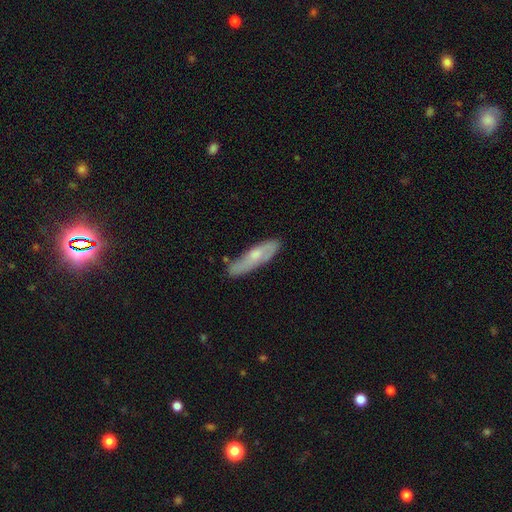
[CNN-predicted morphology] This is possibly a smooth galaxy (53%). How rounded: likely cigar-shaped (72%). Merging: likely none (75%).